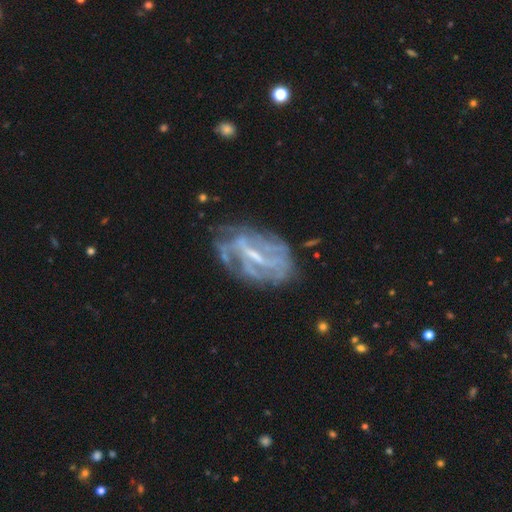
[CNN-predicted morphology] A featured or disk galaxy (80%) with a weak bar (41%, tied with strong), tight (44%) spiral arms (71%) and a small central bulge (45%).

Vote fractions:
- Smooth or featured? featured or disk: 80% / smooth: 11% / star or artifact: 9%
- Edge-on disk? no: 95% / yes: 5%
- Bar? weak: 41% (tied) / strong: 41% (tied) / no: 17%
- Spiral arms? yes: 71% / no: 29%
- Spiral winding? tight: 44% / medium: 36% / loose: 20%
- Spiral arm count? can't tell: 51% / 2: 22% / 3: 12% / 4: 6% / 1: 5% / more than 4: 4%
- Bulge size? small: 45% / moderate: 27% / none: 25% / large: 2% / dominant: 1%
- Merging? none: 54% / minor disturbance: 23% / major disturbance: 18% / merger: 4%